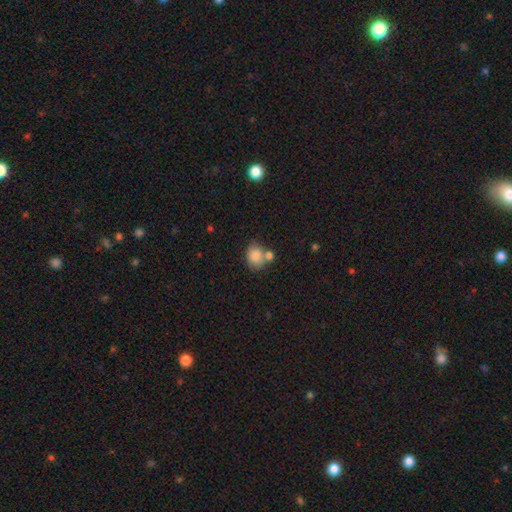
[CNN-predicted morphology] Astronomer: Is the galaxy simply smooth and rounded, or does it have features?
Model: smooth — 83%.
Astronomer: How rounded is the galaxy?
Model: round — 52% (runner-up: in between, 47%).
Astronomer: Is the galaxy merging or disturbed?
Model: none — 47% (runner-up: merger, 33%).